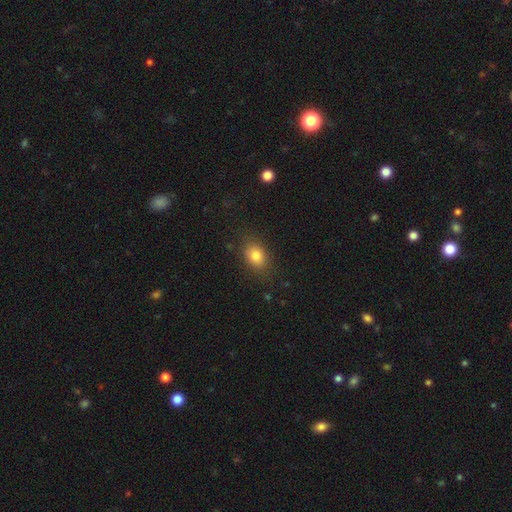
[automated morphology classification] A smooth galaxy with no disk features (81%) that is in between round and cigar-shaped (67%).

Vote fractions:
- Smooth or featured? smooth: 81% / star or artifact: 11% / featured or disk: 8%
- How rounded? in between: 67% / round: 31% / cigar-shaped: 1%
- Merging? none: 83% / minor disturbance: 12% / major disturbance: 4% / merger: 1%